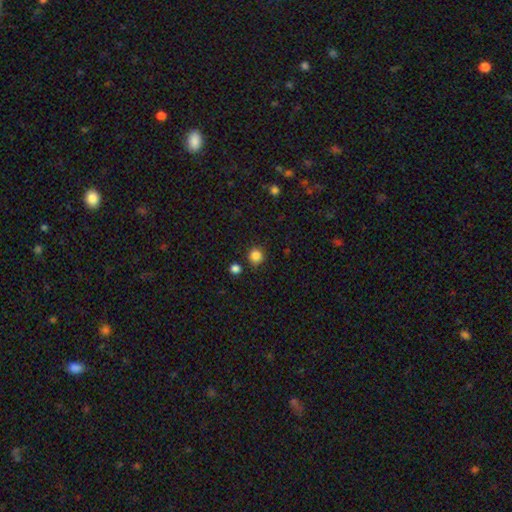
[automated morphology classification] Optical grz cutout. It shows a smooth galaxy with no disk features (85%) that is round (91%). Merging: none (85%).